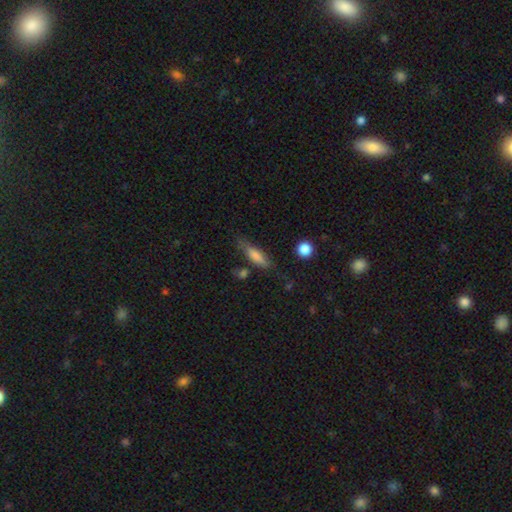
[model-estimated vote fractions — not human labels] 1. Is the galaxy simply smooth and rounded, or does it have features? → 73% smooth, 19% featured or disk, 7% star or artifact.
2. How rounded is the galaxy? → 59% cigar-shaped, 39% in between, 2% round.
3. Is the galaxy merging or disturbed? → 63% none, 24% minor disturbance, 8% major disturbance, 5% merger.